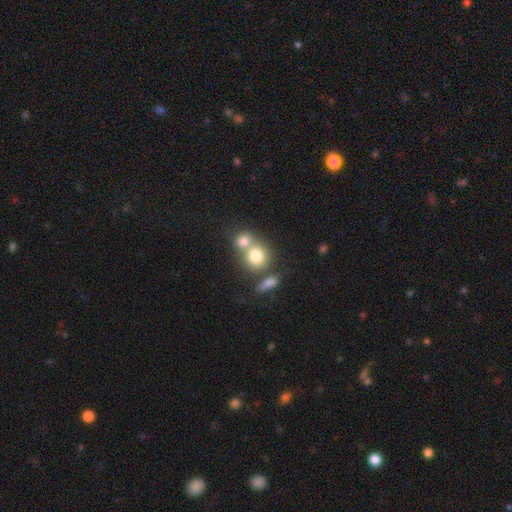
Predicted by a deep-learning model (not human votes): The model was most divided on "merging": merger: 55%, none: 35%, minor disturbance: 7%, major disturbance: 4%. More confident: how rounded — round (79%); smooth or featured — smooth (76%).